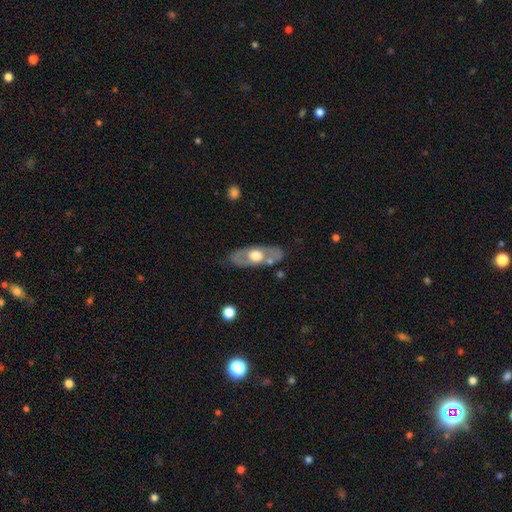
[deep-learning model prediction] Q: Smooth or featured?
A: featured or disk (55%); runner-up: smooth (40%)
Q: Edge-on disk?
A: no (67%); runner-up: yes (33%)
Q: Merging?
A: none (76%); runner-up: minor disturbance (15%)